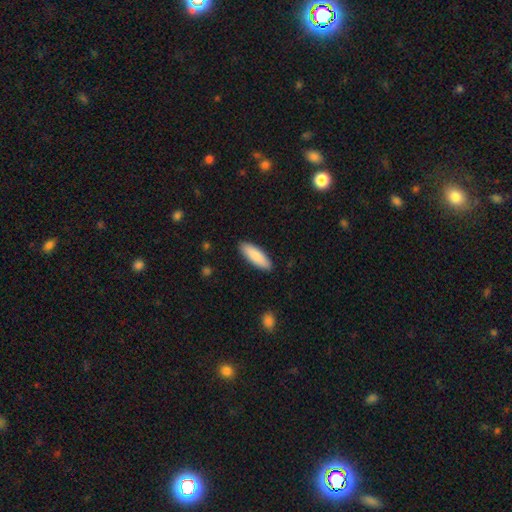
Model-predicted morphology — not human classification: smooth_or_featured: smooth (p=0.87) [alt: featured or disk p=0.08]
how_rounded: in between (p=0.55) [alt: cigar-shaped p=0.44]
merging: none (p=0.90) [alt: minor disturbance p=0.08]